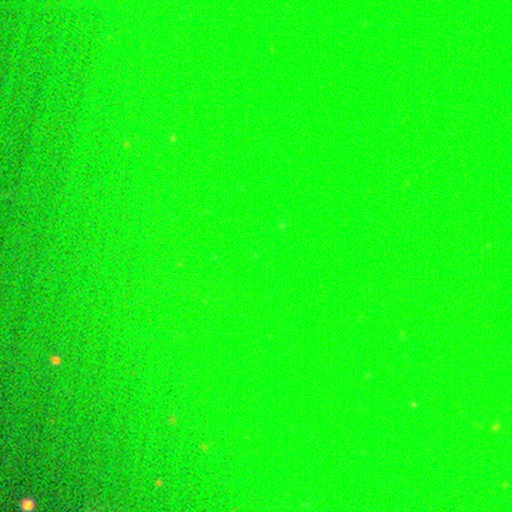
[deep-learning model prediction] This is likely a star or artifact rather than a galaxy (77%).